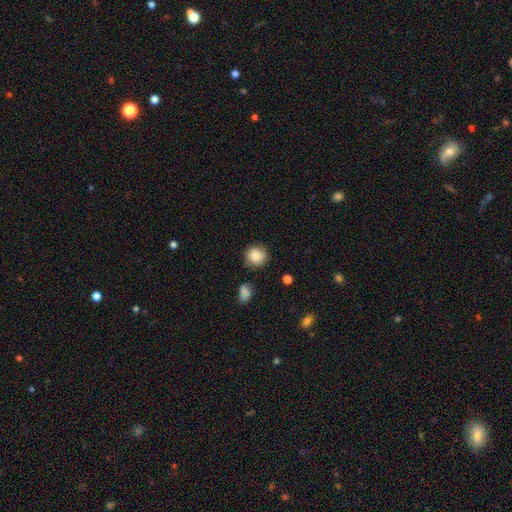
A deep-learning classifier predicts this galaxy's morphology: This is clearly a smooth galaxy (82%). How rounded: clearly round (87%). Merging: likely none (73%).